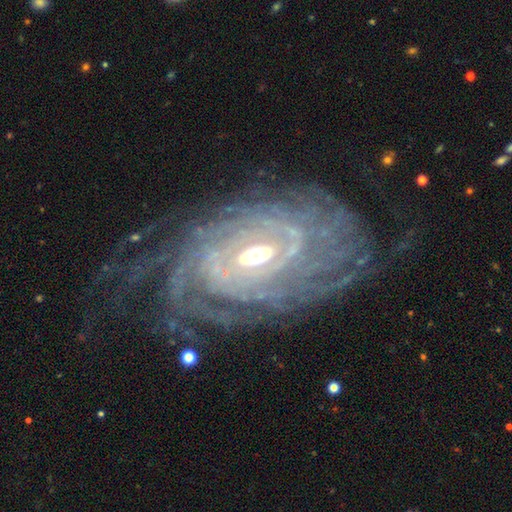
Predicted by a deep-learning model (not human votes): The model was most divided on "bar": no: 44%, weak: 36%, strong: 20%. Remaining: spiral arms — yes (95%); edge-on disk — no (95%); smooth or featured — featured or disk (90%); spiral winding — tight (79%); merging — none (72%); bulge size — moderate (59%); spiral arm count — can't tell (36%).